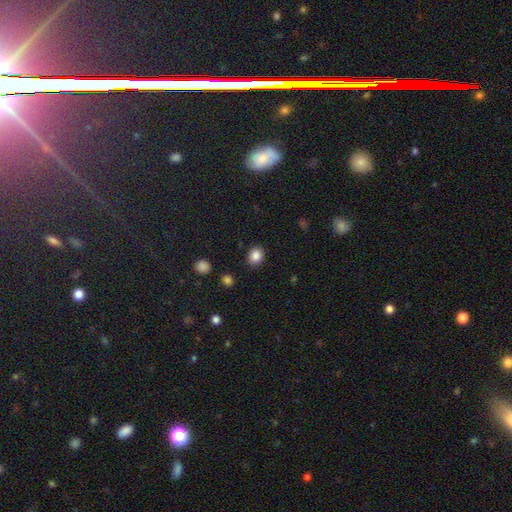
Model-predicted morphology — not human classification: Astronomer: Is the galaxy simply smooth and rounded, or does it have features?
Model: smooth — 86%.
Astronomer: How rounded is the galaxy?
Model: round — 64%.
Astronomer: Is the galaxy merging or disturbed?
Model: none — 88%.